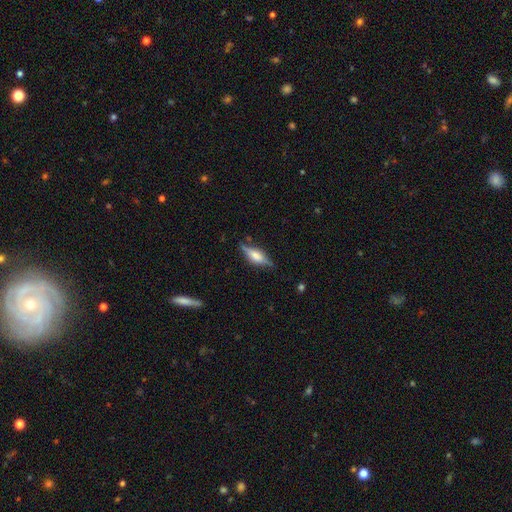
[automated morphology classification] This is possibly a featured or disk galaxy (58%). It is clearly viewed edge-on (94%). Edge-on bulge: likely rounded (71%). Merging: likely none (79%).